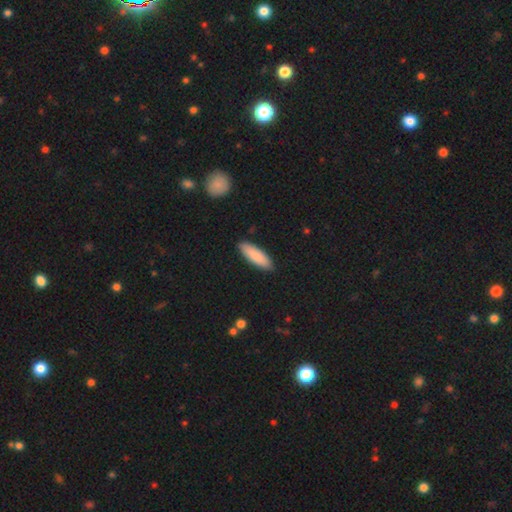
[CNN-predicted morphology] Smooth or featured?
  - smooth: 87% *
  - featured or disk: 8%
  - star or artifact: 5%
How rounded?
  - in between: 54% *
  - cigar-shaped: 45%
  - round: 1%
Merging?
  - none: 88% *
  - minor disturbance: 9%
  - major disturbance: 2%
  - merger: 1%